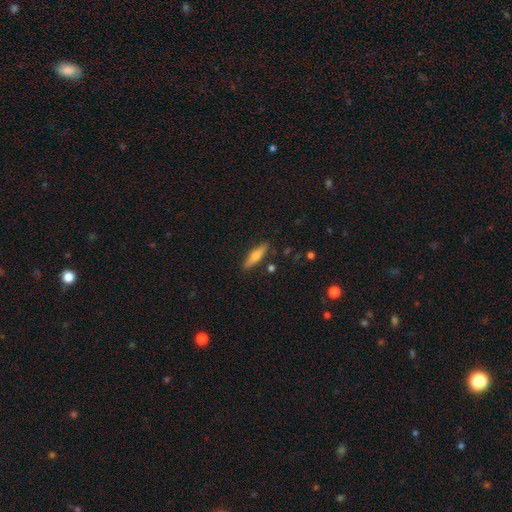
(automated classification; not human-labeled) Q: Smooth or featured?
A: smooth (56%); runner-up: featured or disk (37%)
Q: How rounded?
A: cigar-shaped (71%); runner-up: in between (27%)
Q: Merging?
A: none (86%); runner-up: minor disturbance (10%)